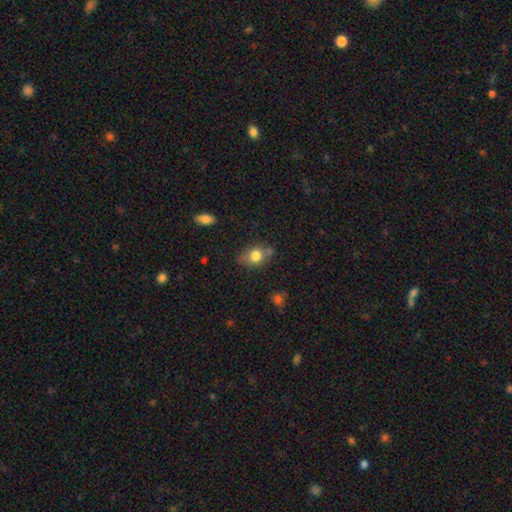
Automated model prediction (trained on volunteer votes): Q: Smooth or featured?
A: smooth (77%); runner-up: featured or disk (13%)
Q: How rounded?
A: in between (61%); runner-up: round (37%)
Q: Merging?
A: none (62%); runner-up: minor disturbance (23%)